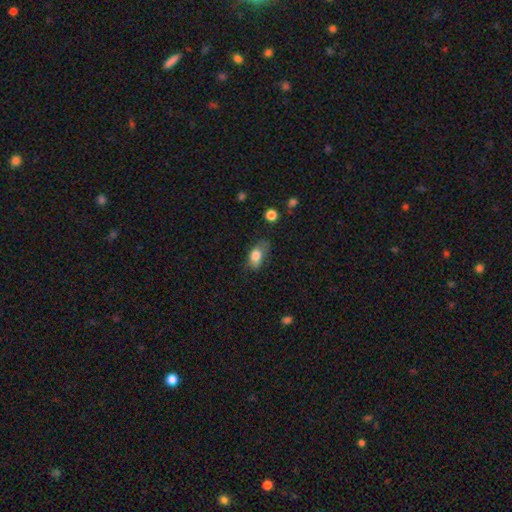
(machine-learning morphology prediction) smooth_or_featured: smooth (p=0.79) [alt: featured or disk p=0.13]
how_rounded: in between (p=0.87) [alt: round p=0.10]
merging: none (p=0.55) [alt: minor disturbance p=0.32]